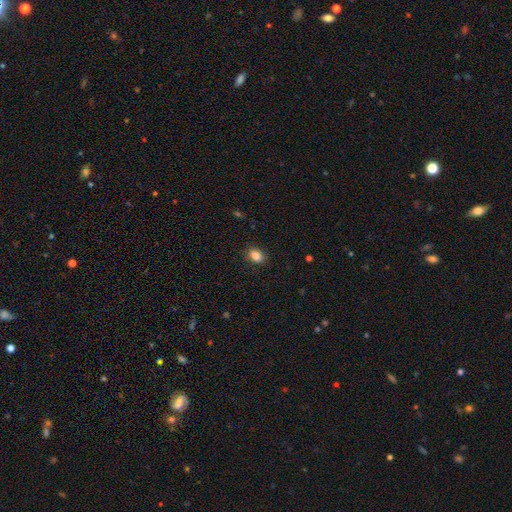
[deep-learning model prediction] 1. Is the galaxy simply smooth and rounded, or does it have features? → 86% smooth, 9% star or artifact, 5% featured or disk.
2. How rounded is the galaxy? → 79% in between, 19% round, 1% cigar-shaped.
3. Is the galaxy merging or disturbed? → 89% none, 8% minor disturbance, 2% major disturbance, 1% merger.